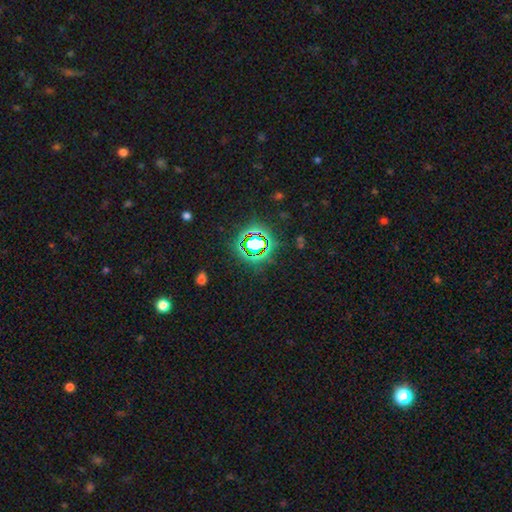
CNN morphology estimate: A star or artifact, not a galaxy (80%).